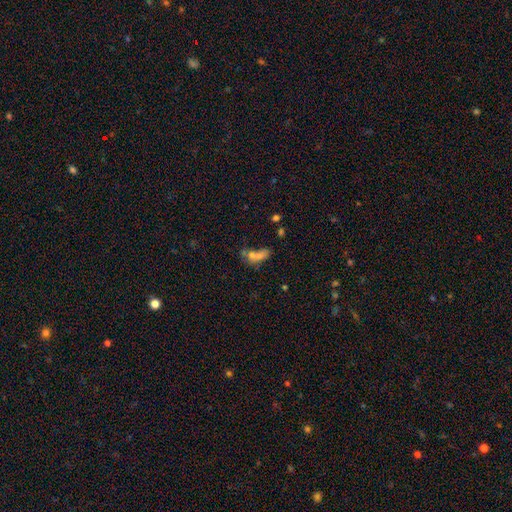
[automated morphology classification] smooth 62%, featured or disk 22%, star or artifact 16%. Down the decision tree: how rounded — in between (71%); merging — merger (49%).